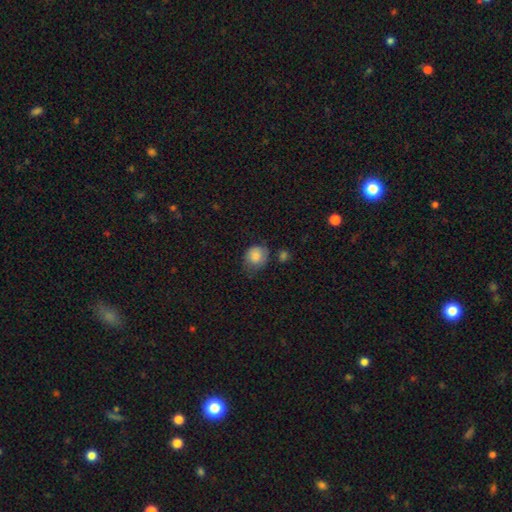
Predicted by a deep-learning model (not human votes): The model was most divided on "merging": none: 58%, minor disturbance: 29%, major disturbance: 8%, merger: 5%. More confident: smooth or featured — smooth (82%); how rounded — round (75%).